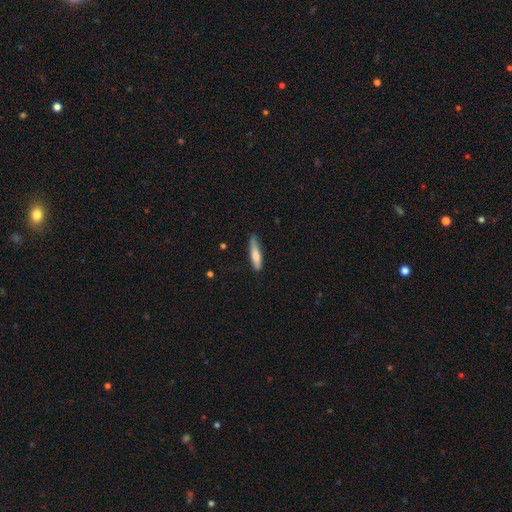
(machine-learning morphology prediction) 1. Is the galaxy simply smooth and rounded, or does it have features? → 73% smooth, 21% featured or disk, 6% star or artifact.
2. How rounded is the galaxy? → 78% cigar-shaped, 21% in between, 1% round.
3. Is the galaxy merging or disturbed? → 75% none, 21% minor disturbance, 3% major disturbance, 2% merger.